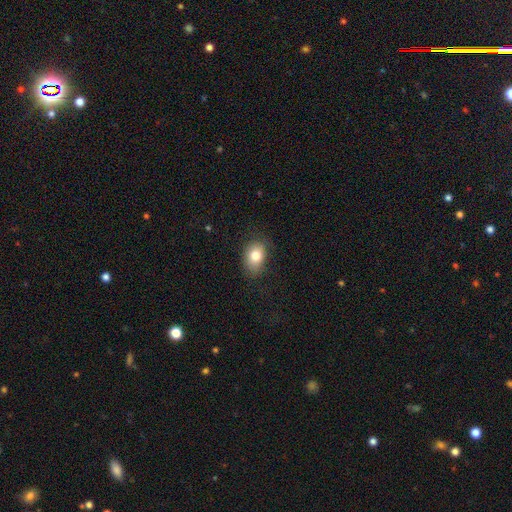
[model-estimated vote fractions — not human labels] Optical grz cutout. It shows a smooth galaxy with no disk features (79%) that is in between round and cigar-shaped (74%). Merging: none (75%).